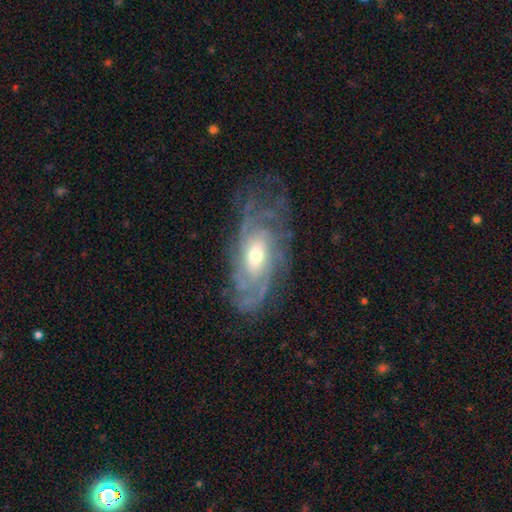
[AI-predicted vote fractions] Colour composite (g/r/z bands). It shows a featured or disk galaxy (87%) with no bar (65%), tight (68%) spiral arms (96%) and a moderate central bulge (58%). Merging: none (72%).